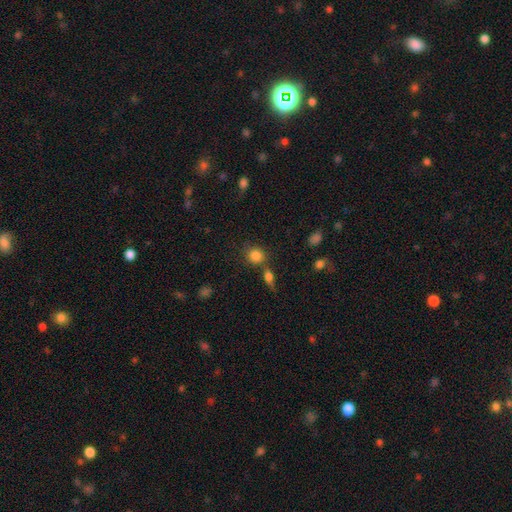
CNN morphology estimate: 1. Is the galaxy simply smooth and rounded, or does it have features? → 84% smooth, 10% star or artifact, 6% featured or disk.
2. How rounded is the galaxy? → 82% round, 17% in between, 1% cigar-shaped.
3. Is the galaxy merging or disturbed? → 64% none, 21% merger, 11% minor disturbance, 5% major disturbance.